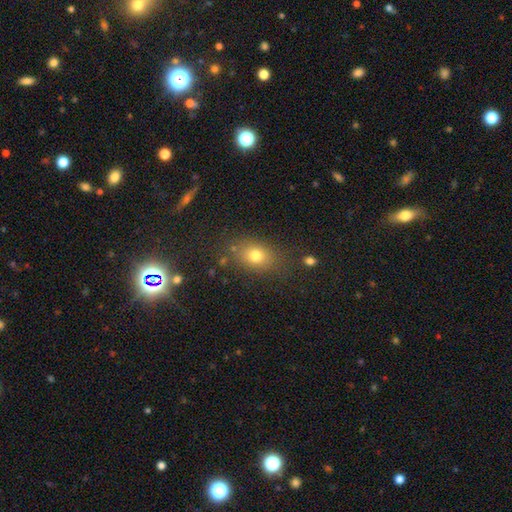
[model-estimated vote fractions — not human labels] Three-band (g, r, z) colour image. It shows a smooth galaxy with no disk features (75%) that is in between round and cigar-shaped (64%). Merging: none (78%).